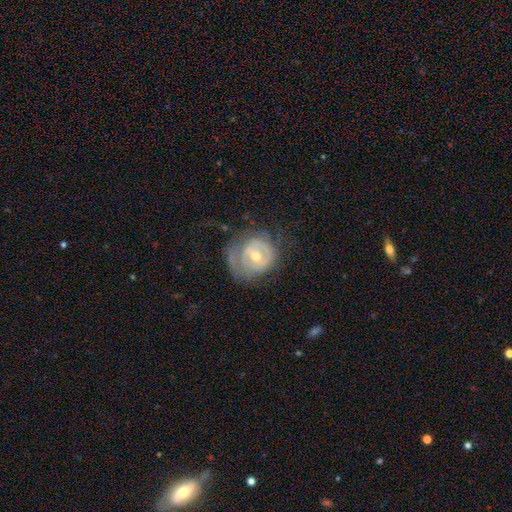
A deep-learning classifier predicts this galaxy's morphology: Smooth or featured?
  - featured or disk: 69% *
  - smooth: 24%
  - star or artifact: 7%
Edge-on disk?
  - no: 97% *
  - yes: 3%
Bar?
  - no: 48% *
  - weak: 39%
  - strong: 13%
Spiral arms?
  - yes: 62% *
  - no: 38%
Bulge size?
  - moderate: 57% *
  - small: 39%
  - large: 2%
  - none: 1%
  - dominant: 1%
Merging?
  - none: 54% *
  - minor disturbance: 24%
  - major disturbance: 20%
  - merger: 2%